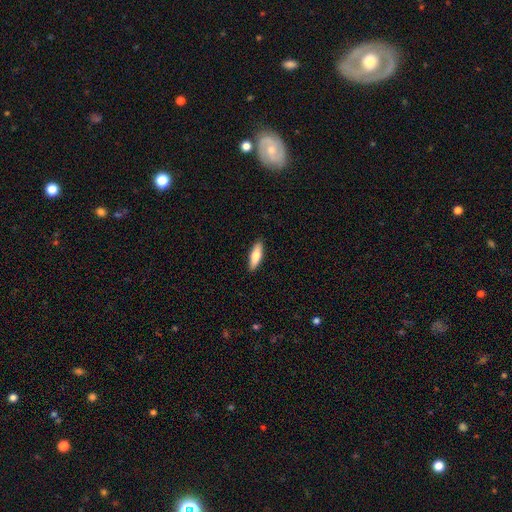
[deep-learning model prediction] Q: Smooth or featured?
A: smooth (75%); runner-up: featured or disk (19%)
Q: How rounded?
A: cigar-shaped (51%); runner-up: in between (47%)
Q: Merging?
A: none (90%); runner-up: minor disturbance (8%)